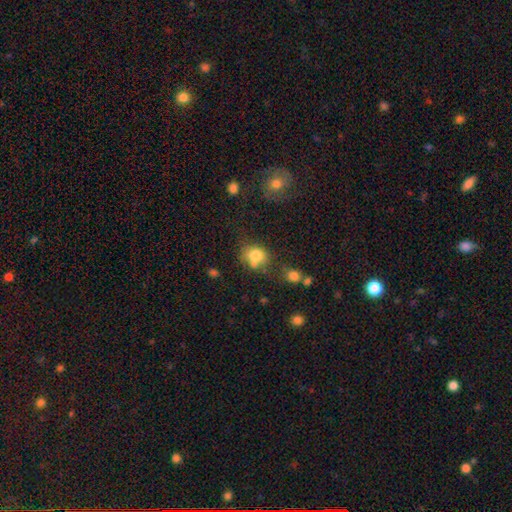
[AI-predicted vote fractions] Q: Smooth or featured?
A: smooth (78%); runner-up: star or artifact (11%)
Q: How rounded?
A: round (58%); runner-up: in between (41%)
Q: Merging?
A: none (51%); runner-up: merger (21%)